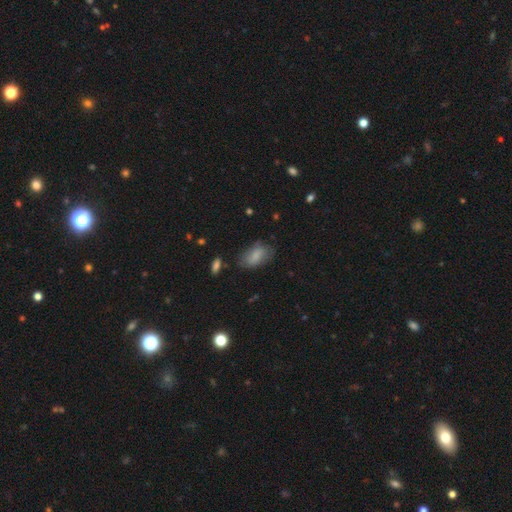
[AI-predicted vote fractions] Smooth or featured: smooth — 79% (featured or disk — 13%)
How rounded: in between — 91% (round — 6%)
Merging: none — 65% (minor disturbance — 24%)